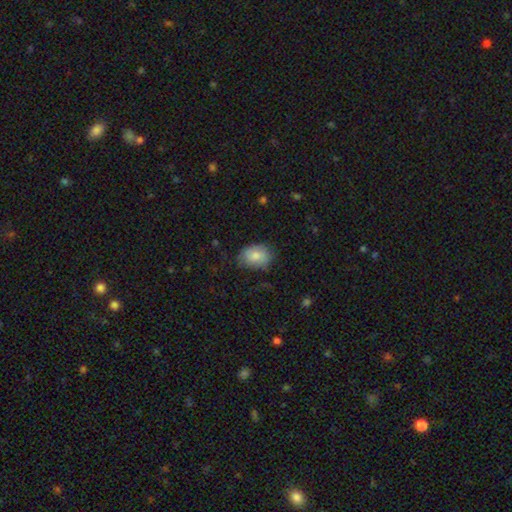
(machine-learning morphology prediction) Smooth or featured: smooth — 81% (featured or disk — 12%)
How rounded: in between — 71% (round — 28%)
Merging: none — 68% (minor disturbance — 24%)